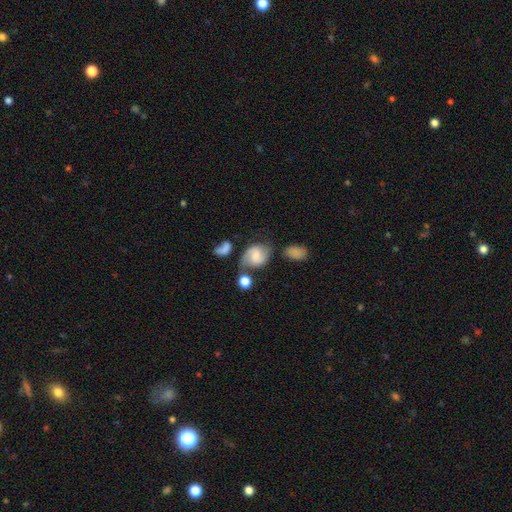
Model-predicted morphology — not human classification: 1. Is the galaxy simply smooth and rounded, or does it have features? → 55% featured or disk, 37% smooth, 9% star or artifact.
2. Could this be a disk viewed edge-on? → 97% no, 3% yes.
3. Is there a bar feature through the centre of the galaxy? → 45% weak, 41% no, 14% strong.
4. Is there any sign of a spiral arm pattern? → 89% yes, 11% no.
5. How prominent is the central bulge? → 38% moderate, 37% small, 14% none, 9% large, 2% dominant.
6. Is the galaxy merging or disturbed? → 56% none, 20% minor disturbance, 15% merger, 9% major disturbance.